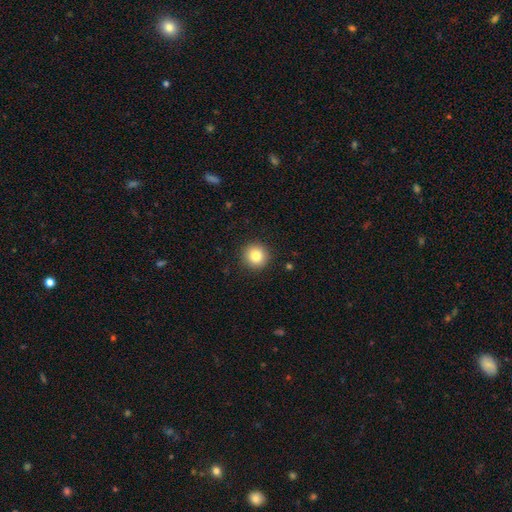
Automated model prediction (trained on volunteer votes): Smooth or featured?
  - smooth: 82% *
  - star or artifact: 10%
  - featured or disk: 8%
How rounded?
  - round: 94% *
  - in between: 5%
  - cigar-shaped: 1%
Merging?
  - none: 92% *
  - minor disturbance: 6%
  - major disturbance: 2%
  - merger: 1%